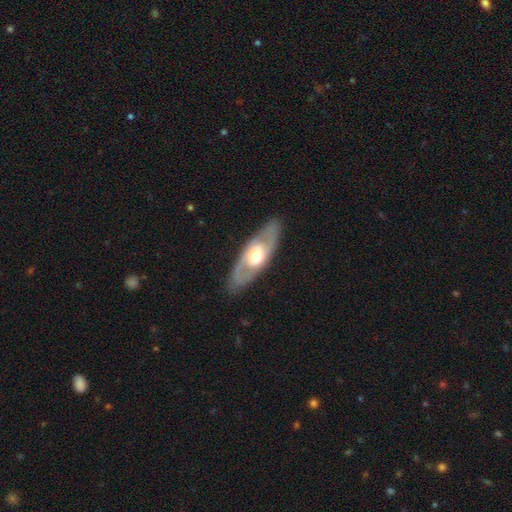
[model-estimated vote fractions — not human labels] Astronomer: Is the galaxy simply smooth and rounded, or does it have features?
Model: featured or disk — 67%.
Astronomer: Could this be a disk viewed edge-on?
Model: no — 75%.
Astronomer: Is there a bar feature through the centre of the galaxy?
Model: no — 68%.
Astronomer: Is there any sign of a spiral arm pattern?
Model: yes — 51% (runner-up: no, 49%).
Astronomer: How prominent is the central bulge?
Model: moderate — 57%.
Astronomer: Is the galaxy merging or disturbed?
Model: none — 85%.